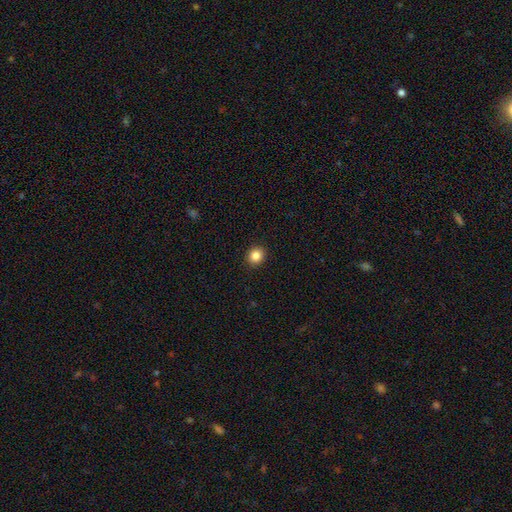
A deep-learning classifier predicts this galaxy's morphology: A smooth galaxy with no disk features (85%) that is round (81%).

Vote fractions:
- Smooth or featured? smooth: 85% / star or artifact: 10% / featured or disk: 5%
- How rounded? round: 81% / in between: 18% / cigar-shaped: 1%
- Merging? none: 92% / minor disturbance: 6% / major disturbance: 2% / merger: 1%